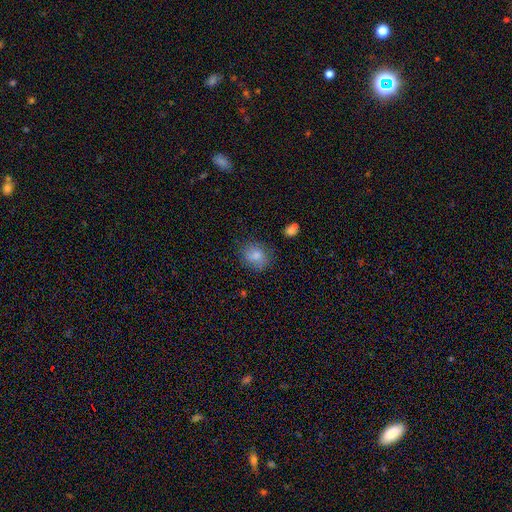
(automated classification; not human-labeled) smooth 81%, featured or disk 10%, star or artifact 9%. Down the decision tree: how rounded — round (60%); merging — none (75%).